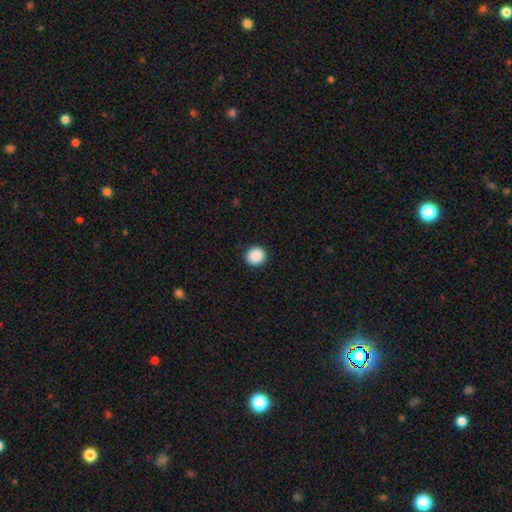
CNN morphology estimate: smooth_or_featured: smooth (p=0.90) [alt: star or artifact p=0.08]
how_rounded: round (p=0.91) [alt: in between p=0.08]
merging: none (p=0.93) [alt: minor disturbance p=0.05]